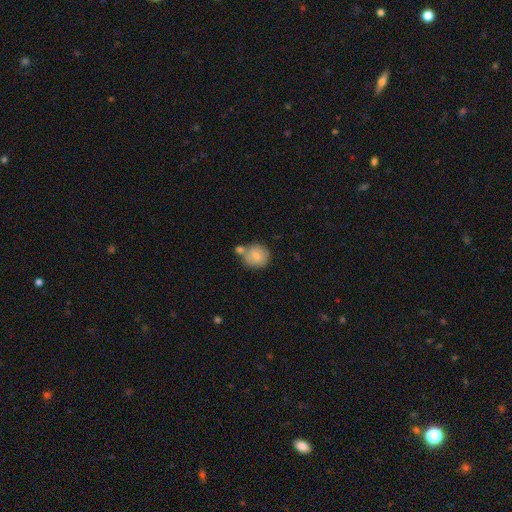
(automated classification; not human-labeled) This is likely a smooth galaxy (77%). How rounded: clearly round (81%). Merging: possibly none (50%).